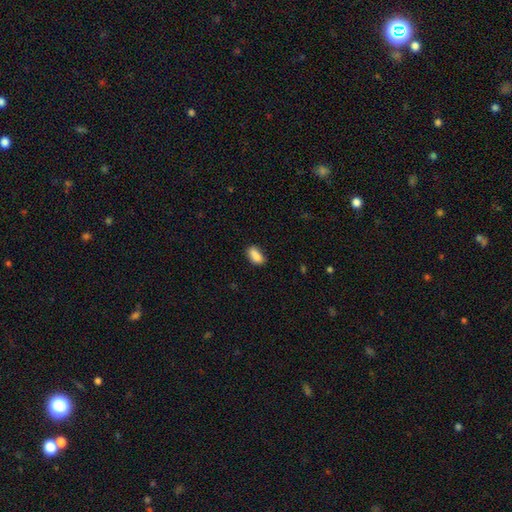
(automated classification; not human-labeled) Smooth or featured? Predicted: smooth (p=0.86). How rounded? Predicted: in between (p=0.88). Merging? Predicted: none (p=0.67).